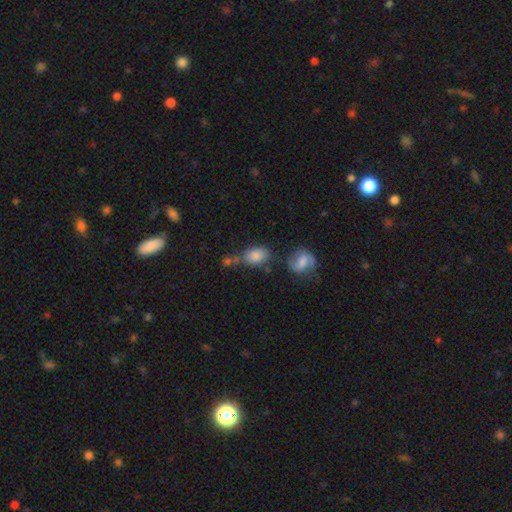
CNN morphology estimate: The model was most divided on "merging": none: 54%, minor disturbance: 21%, merger: 18%, major disturbance: 7%. More confident: how rounded — in between (81%); smooth or featured — smooth (80%).